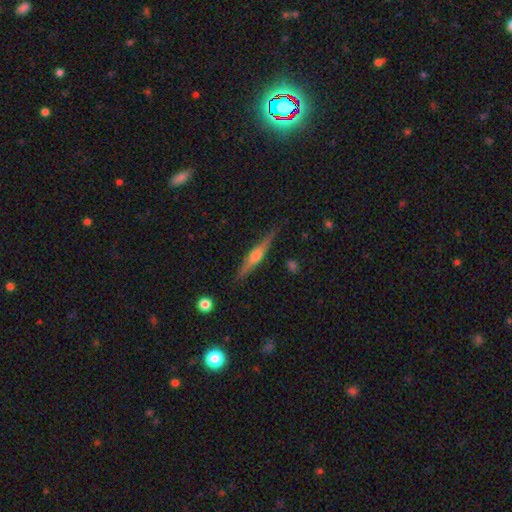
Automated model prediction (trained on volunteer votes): smooth-or-featured: featured or disk: 66% | smooth: 27% | star or artifact: 6%
  disk-edge-on: yes: 97% | no: 3%
    edge-on-bulge: rounded: 83% | boxy: 10% | none: 7%
  merging: none: 85% | minor disturbance: 11% | major disturbance: 2% | merger: 2%